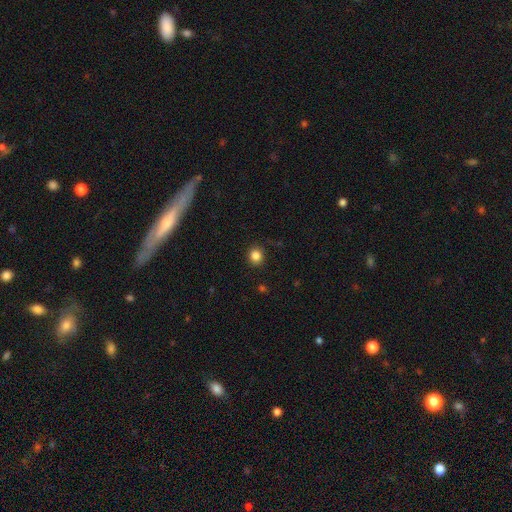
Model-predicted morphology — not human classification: Smooth or featured? smooth (84%)
How rounded? round (85%)
Merging? none (87%)